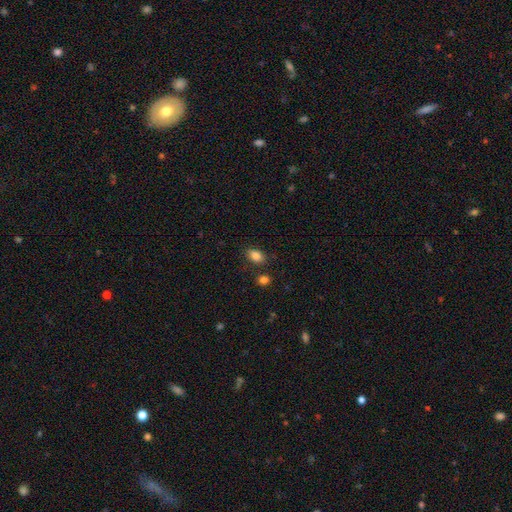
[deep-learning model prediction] Smooth or featured? smooth (85%)
How rounded? in between (83%)
Merging? none (81%)